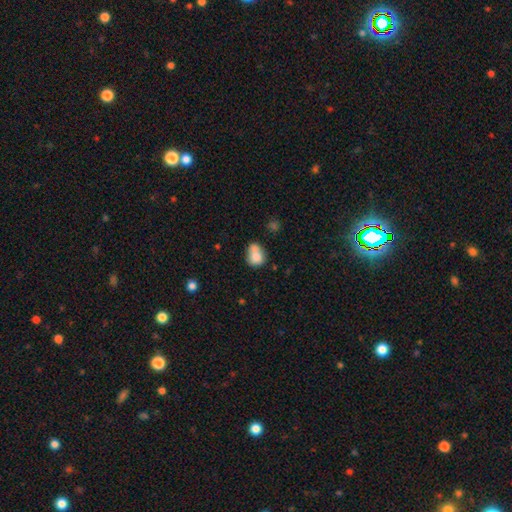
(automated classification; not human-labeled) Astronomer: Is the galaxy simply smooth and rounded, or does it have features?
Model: smooth — 78%.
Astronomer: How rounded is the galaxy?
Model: in between — 51% (runner-up: round, 48%).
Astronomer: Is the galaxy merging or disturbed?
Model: none — 35% (runner-up: merger, 34%).